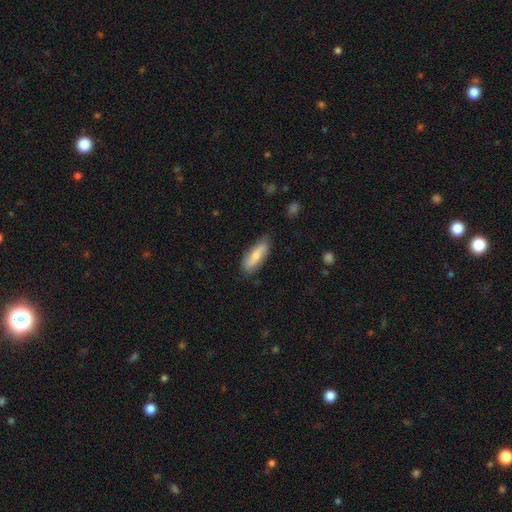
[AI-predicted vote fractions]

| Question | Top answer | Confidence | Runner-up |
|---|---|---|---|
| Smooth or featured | smooth | 60% | featured or disk (34%) |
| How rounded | in between | 60% | cigar-shaped (37%) |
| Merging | none | 79% | minor disturbance (16%) |